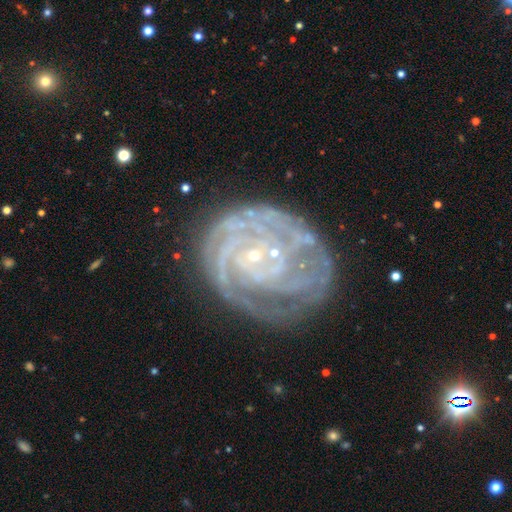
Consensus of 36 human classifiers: A featured or disk galaxy (94%) with no bar (65%), 4 (56%) tight (85%) spiral arms (100%) and no central bulge (44%).

Vote fractions:
- Smooth or featured? featured or disk: 94% / smooth: 3% / star or artifact: 3%
- Edge-on disk? no: 100% / yes: 0%
- Bar? no: 65% / strong: 21% / weak: 15%
- Spiral arms? yes: 100% / no: 0%
- Spiral winding? tight: 85% / medium: 15% / loose: 0%
- Spiral arm count? 4: 56% / can't tell: 18% / 3: 15% / 2: 6% / more than 4: 6% / 1: 0%
- Bulge size? none: 44% / small: 38% / moderate: 18% / dominant: 0% / large: 0%
- Merging? none: 71% / minor disturbance: 23% / major disturbance: 6% / merger: 0%